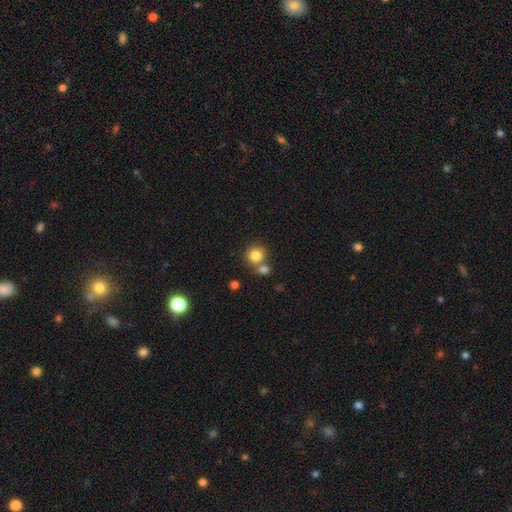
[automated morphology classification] smooth_or_featured: smooth (p=0.82) [alt: star or artifact p=0.11]
how_rounded: round (p=0.88) [alt: in between p=0.11]
merging: none (p=0.57) [alt: merger p=0.32]